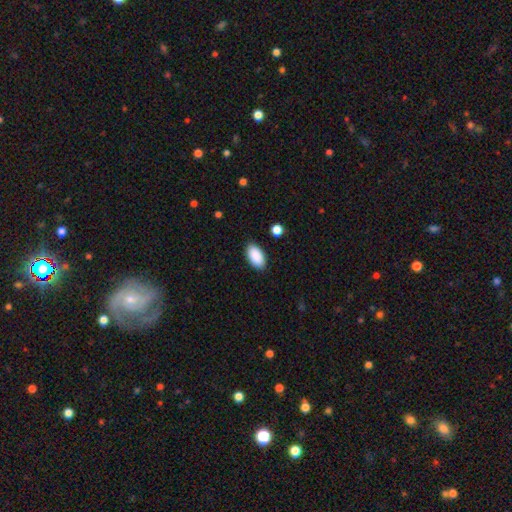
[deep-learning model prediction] This is clearly a smooth galaxy (91%). How rounded: clearly in between (95%). Merging: clearly none (88%).